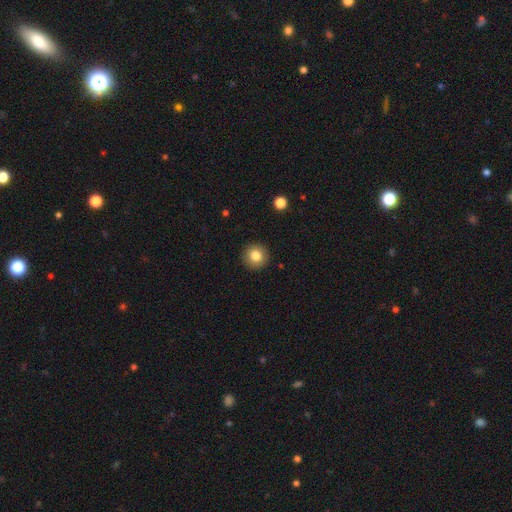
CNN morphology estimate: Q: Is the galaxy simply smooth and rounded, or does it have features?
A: smooth — 82%.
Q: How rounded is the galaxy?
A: round — 95%.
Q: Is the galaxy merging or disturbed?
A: none — 93%.